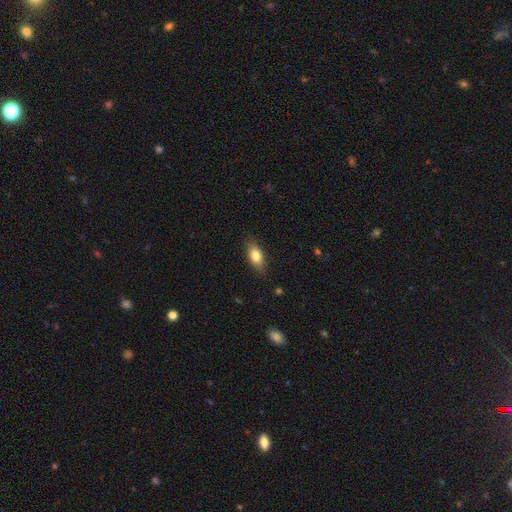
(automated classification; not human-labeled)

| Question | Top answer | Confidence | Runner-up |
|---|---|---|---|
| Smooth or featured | smooth | 78% | featured or disk (14%) |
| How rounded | in between | 83% | cigar-shaped (11%) |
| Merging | none | 85% | minor disturbance (12%) |